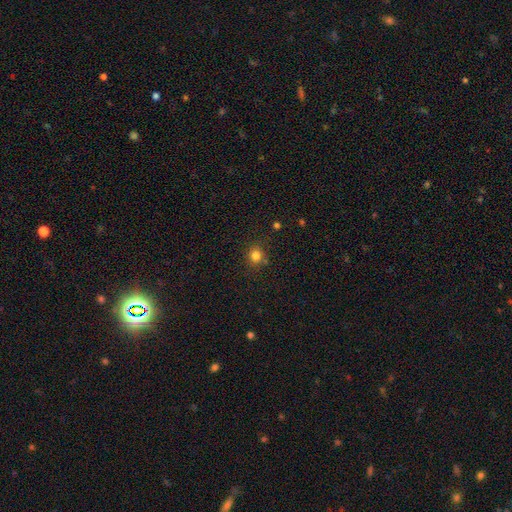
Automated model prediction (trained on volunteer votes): smooth-or-featured: smooth: 81% | star or artifact: 14% | featured or disk: 5%
  how-rounded: round: 86% | in between: 13% | cigar-shaped: 1%
  merging: none: 80% | minor disturbance: 11% | merger: 6% | major disturbance: 4%